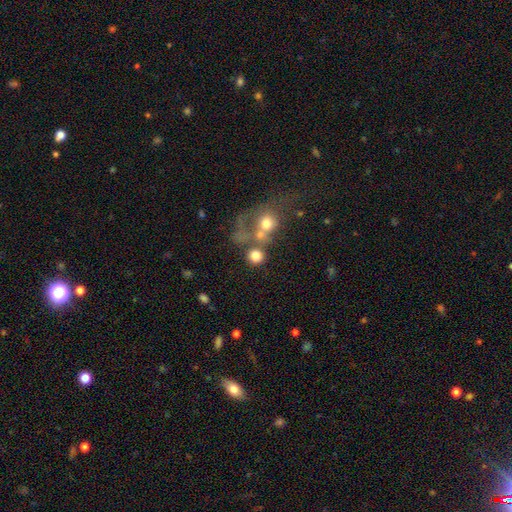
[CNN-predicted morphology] Smooth or featured? smooth (76%)
How rounded? round (86%)
Merging? none (50%)